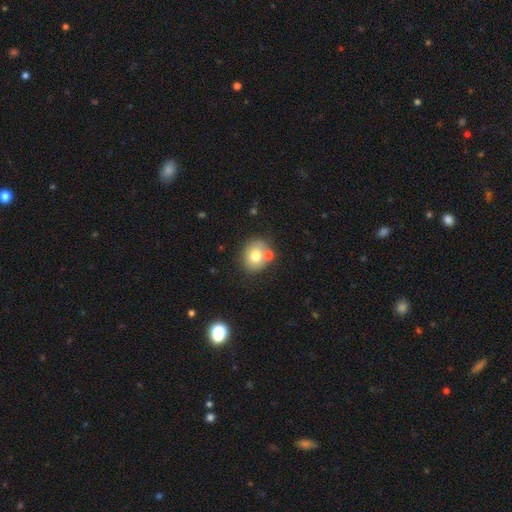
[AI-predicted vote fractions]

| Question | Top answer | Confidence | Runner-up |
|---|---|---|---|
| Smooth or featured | smooth | 73% | featured or disk (18%) |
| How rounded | round | 69% | in between (30%) |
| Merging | none | 65% | merger (18%) |